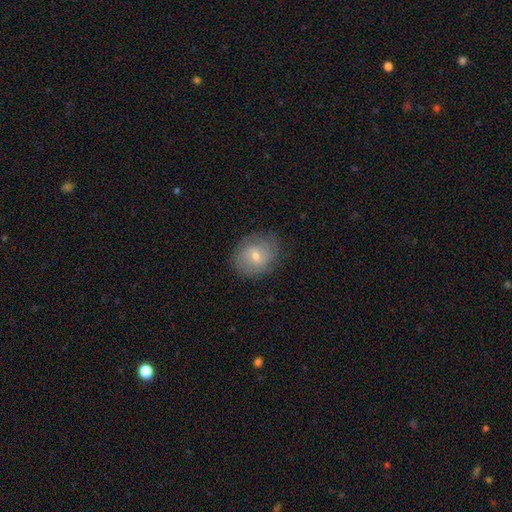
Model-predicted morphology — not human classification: type=featured or disk (47%); merging=none (80%).